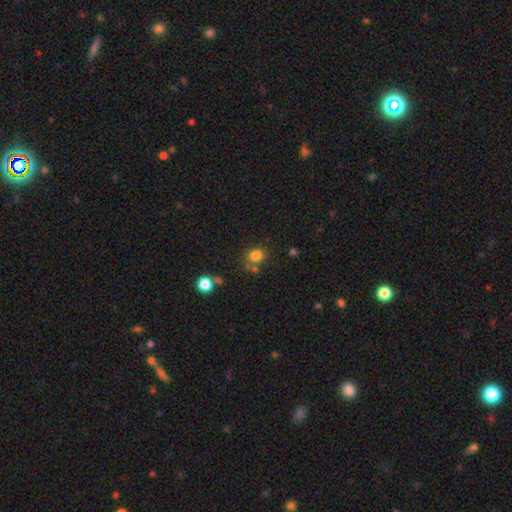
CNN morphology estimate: smooth_or_featured: smooth (p=0.81) [alt: star or artifact p=0.13]
how_rounded: round (p=0.62) [alt: in between p=0.37]
merging: none (p=0.65) [alt: minor disturbance p=0.15]